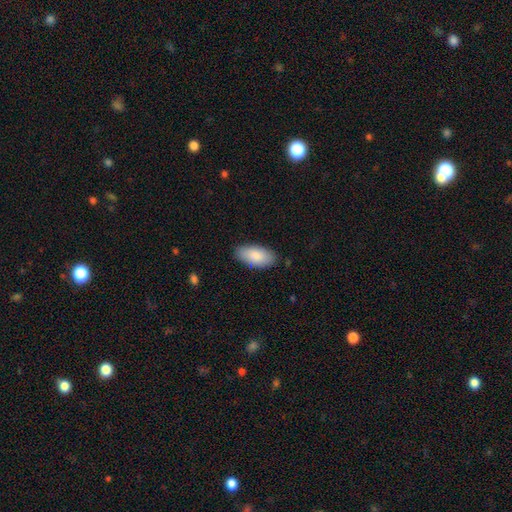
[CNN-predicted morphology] A smooth galaxy with no disk features (86%) that is in between round and cigar-shaped (93%).

Vote fractions:
- Smooth or featured? smooth: 86% / featured or disk: 9% / star or artifact: 6%
- How rounded? in between: 93% / cigar-shaped: 5% / round: 2%
- Merging? none: 85% / minor disturbance: 12% / major disturbance: 2% / merger: 1%